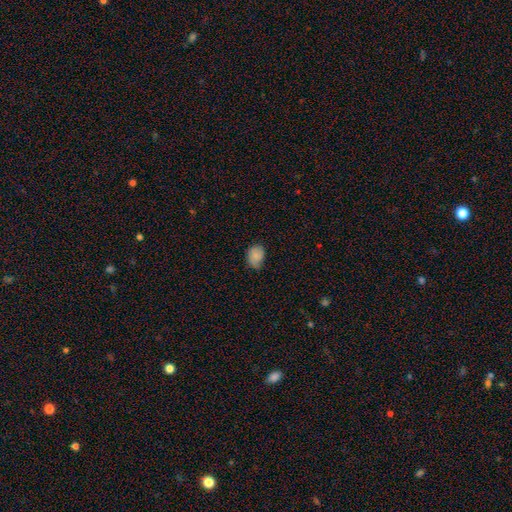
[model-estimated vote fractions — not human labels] Morphology: type=smooth (84%); roundness=in between (64%); merging=none (59%).